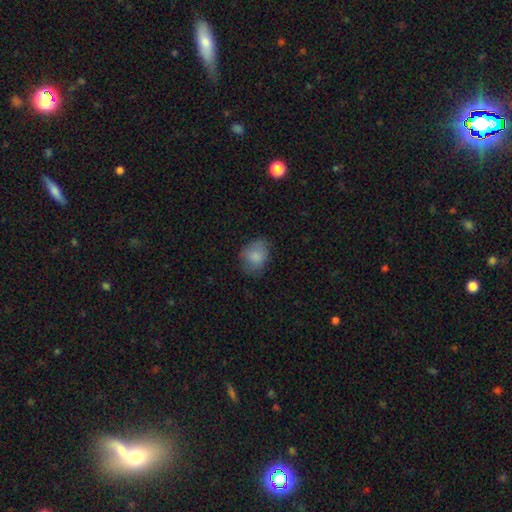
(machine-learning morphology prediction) Smooth or featured? Predicted: smooth (p=0.82). How rounded? Predicted: in between (p=0.59). Merging? Predicted: none (p=0.58).